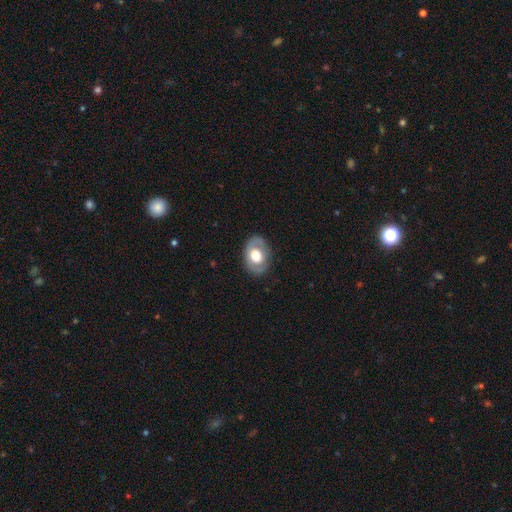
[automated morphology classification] Smooth or featured: featured or disk — 49% (smooth — 45%)
Merging: none — 80% (minor disturbance — 14%)